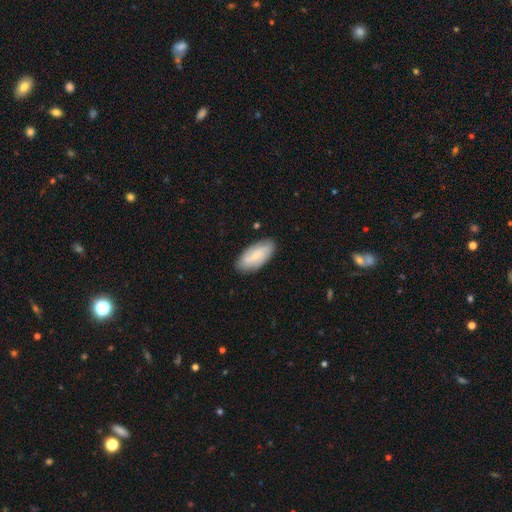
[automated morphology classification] Overall: smooth (60%; featured or disk 34%). How rounded: in between (90%). Merging: none (83%).